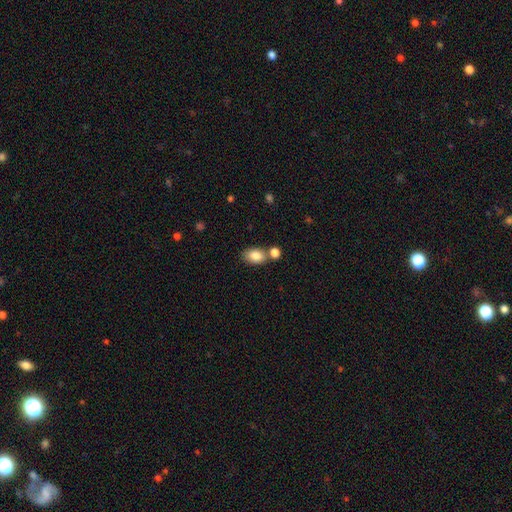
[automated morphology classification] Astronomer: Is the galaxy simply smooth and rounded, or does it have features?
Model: smooth — 83%.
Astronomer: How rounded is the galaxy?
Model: in between — 84%.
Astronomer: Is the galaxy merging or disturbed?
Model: none — 61%.